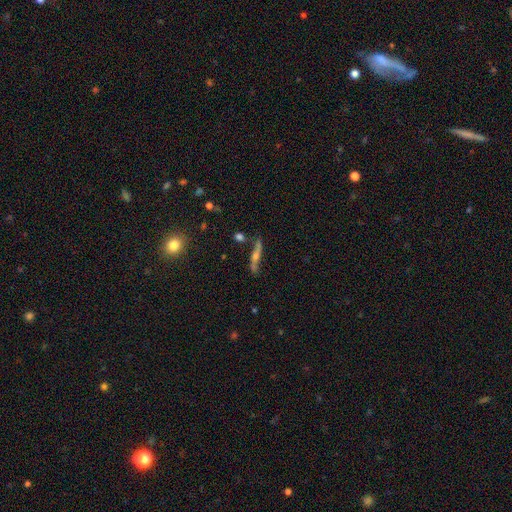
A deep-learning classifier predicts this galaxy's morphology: Q: Smooth or featured?
A: featured or disk (67%); runner-up: smooth (22%)
Q: Edge-on disk?
A: yes (81%); runner-up: no (19%)
Q: Edge-on bulge?
A: rounded (81%); runner-up: none (12%)
Q: Merging?
A: none (72%); runner-up: minor disturbance (16%)